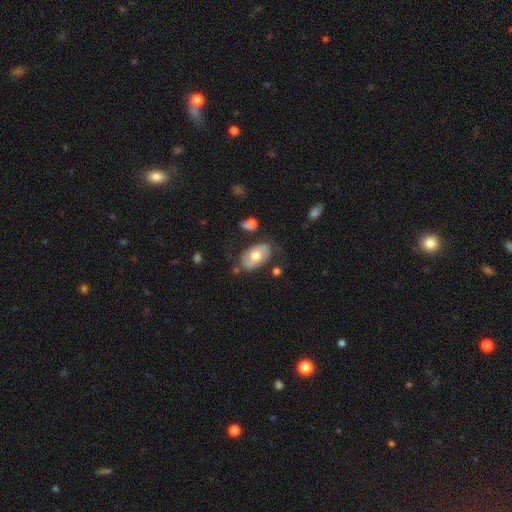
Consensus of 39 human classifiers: Overall: featured or disk (49%; smooth 41%). Edge-on disk: no (89%). Bar: no (76%). Spiral arms: no (82%). Bulge size: moderate (53%; large 35%). Merging: none (60%; minor disturbance 20%).